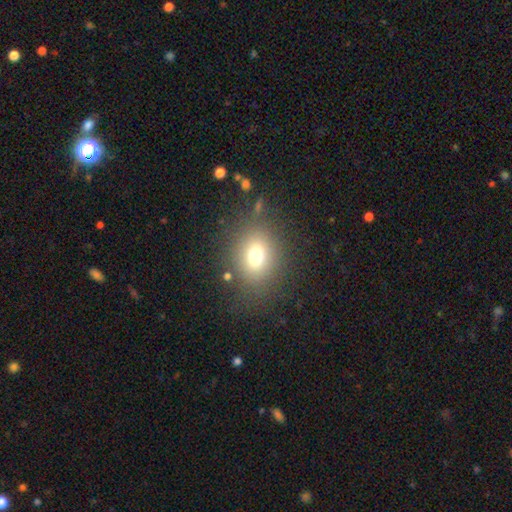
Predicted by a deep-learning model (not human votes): Smooth or featured: smooth — 72% (star or artifact — 16%)
How rounded: round — 52% (in between — 47%)
Merging: none — 80% (minor disturbance — 10%)